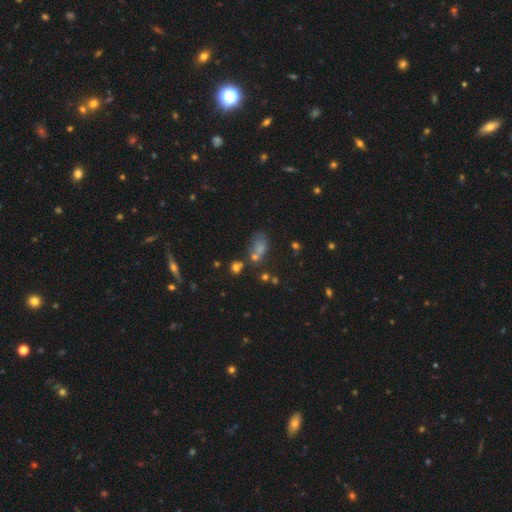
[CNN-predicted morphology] Q: Smooth or featured?
A: smooth (47%); runner-up: star or artifact (35%)
Q: Merging?
A: none (50%); runner-up: merger (23%)